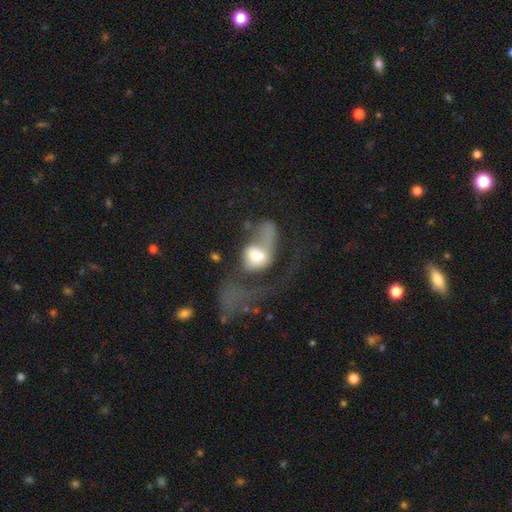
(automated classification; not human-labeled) Q: Smooth or featured?
A: smooth (45%); tied with: featured or disk (45%)
Q: Merging?
A: major disturbance (56%); runner-up: merger (25%)